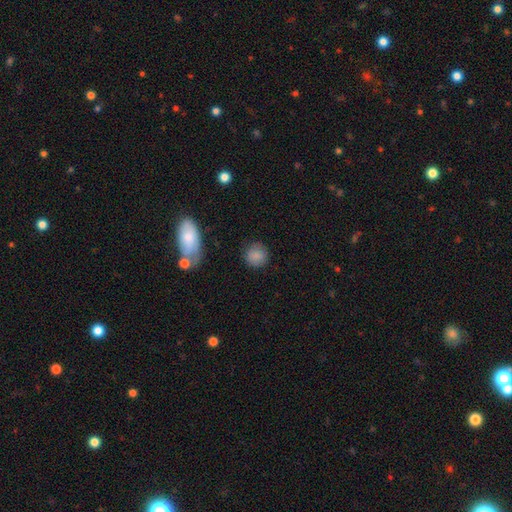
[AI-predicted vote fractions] This appears to be a smooth galaxy with no disk features (85%) that is round (89%). Merging: none (85%).